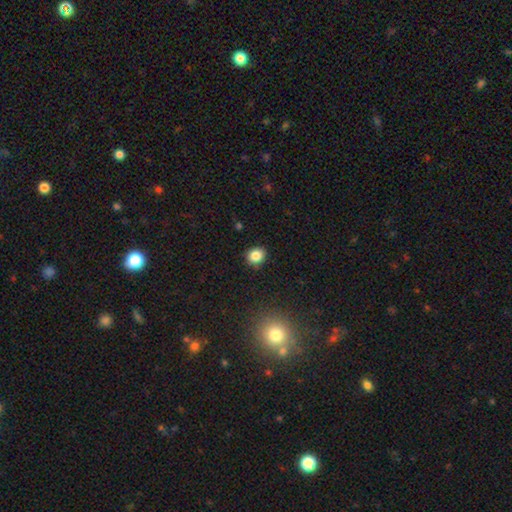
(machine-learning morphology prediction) type=smooth (85%); roundness=round (70%); merging=none (89%).